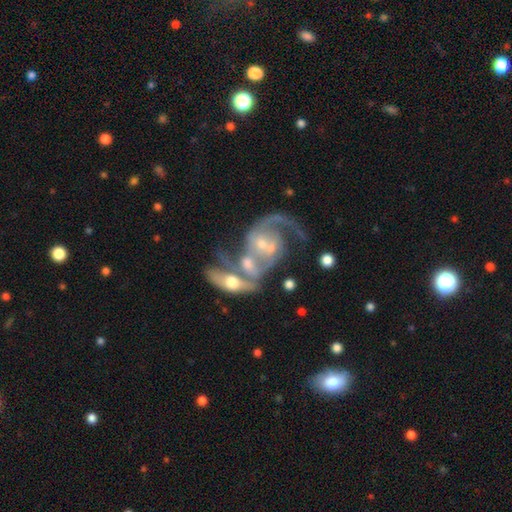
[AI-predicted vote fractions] Morphology: type=featured or disk (88%); edge-on=no (97%); bar=weak (43%); spiral arms=yes (96%); winding=medium (52%); arm count=2 (82%); bulge=small (57%); merging=merger (60%).